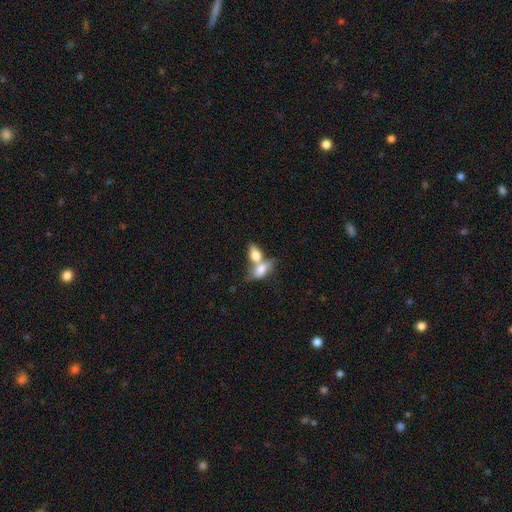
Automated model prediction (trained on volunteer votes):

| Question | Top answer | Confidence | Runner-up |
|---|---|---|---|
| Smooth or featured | smooth | 72% | featured or disk (20%) |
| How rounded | in between | 85% | round (10%) |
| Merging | merger | 72% | none (16%) |